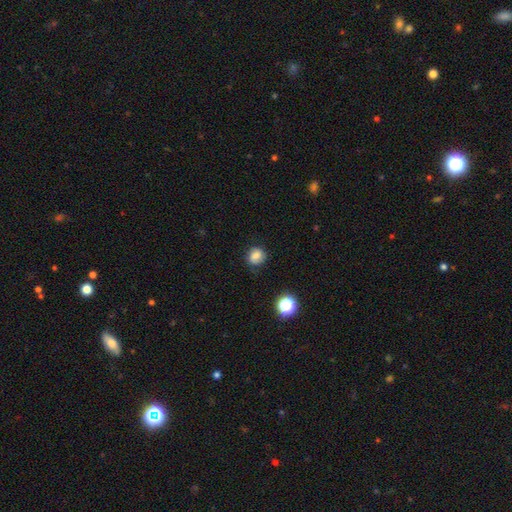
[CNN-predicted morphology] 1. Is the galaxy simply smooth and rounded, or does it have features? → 73% smooth, 14% featured or disk, 13% star or artifact.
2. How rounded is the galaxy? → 72% round, 27% in between, 1% cigar-shaped.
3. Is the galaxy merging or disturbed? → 77% none, 17% minor disturbance, 4% major disturbance, 2% merger.